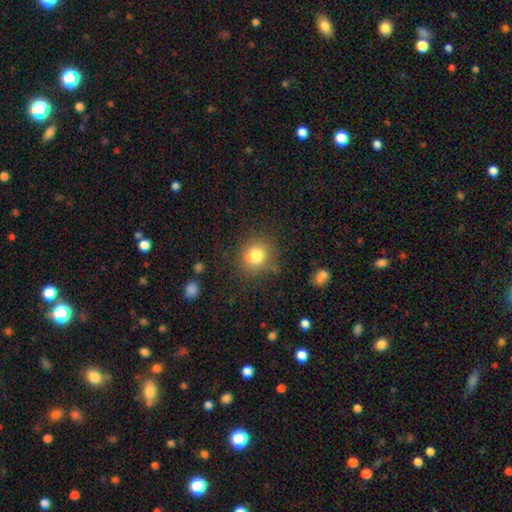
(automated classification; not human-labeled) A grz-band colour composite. It shows a smooth galaxy with no disk features (79%) that is round (79%). Merging: none (74%).